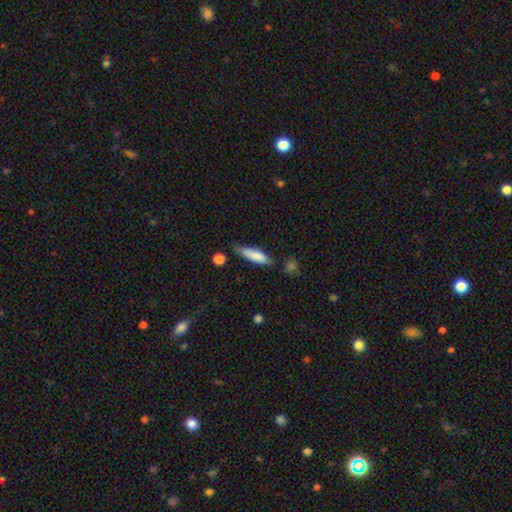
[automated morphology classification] smooth_or_featured: smooth (p=0.80) [alt: featured or disk p=0.14]
how_rounded: cigar-shaped (p=0.64) [alt: in between p=0.34]
merging: none (p=0.68) [alt: minor disturbance p=0.24]